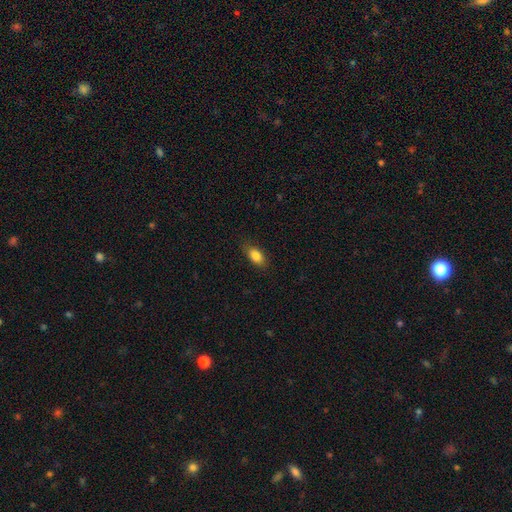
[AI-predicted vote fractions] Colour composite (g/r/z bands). It shows a smooth galaxy with no disk features (83%) that is in between round and cigar-shaped (87%). Merging: none (81%).